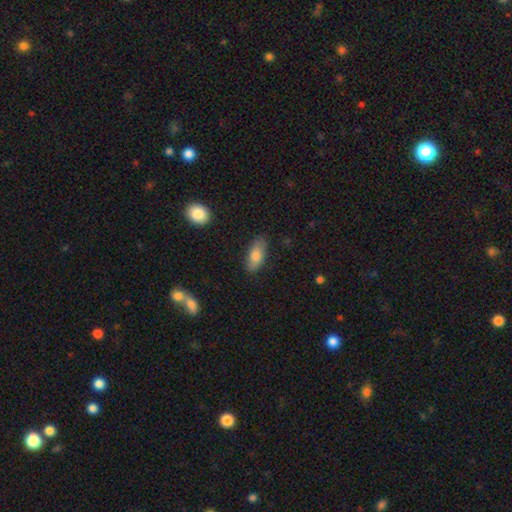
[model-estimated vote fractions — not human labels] A smooth galaxy with no disk features (79%) that is in between round and cigar-shaped (87%). Merging: none (82%).